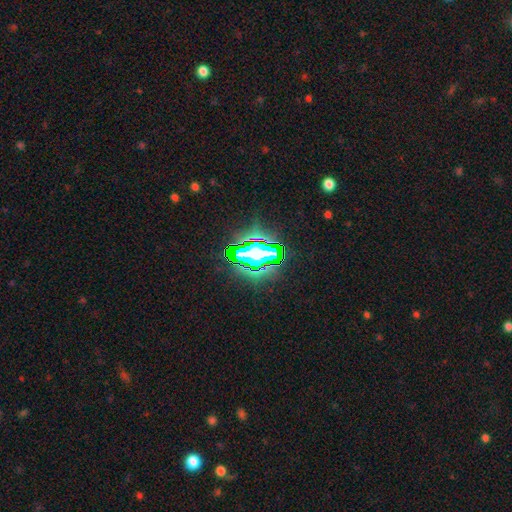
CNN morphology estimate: smooth_or_featured: star or artifact (p=0.71) [alt: featured or disk p=0.15]